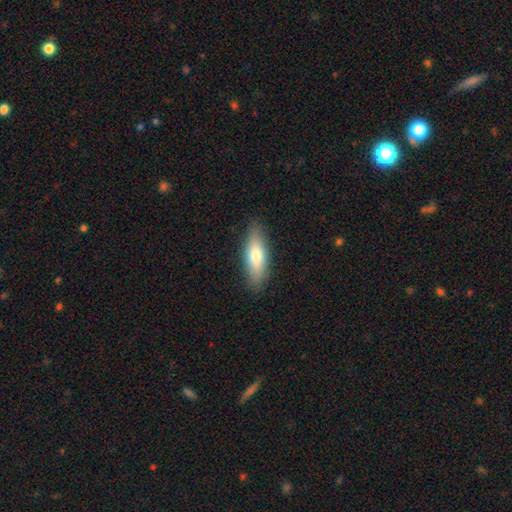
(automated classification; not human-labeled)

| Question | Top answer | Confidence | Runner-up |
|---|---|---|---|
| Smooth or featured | smooth | 72% | featured or disk (22%) |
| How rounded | in between | 54% | cigar-shaped (44%) |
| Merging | none | 87% | minor disturbance (10%) |